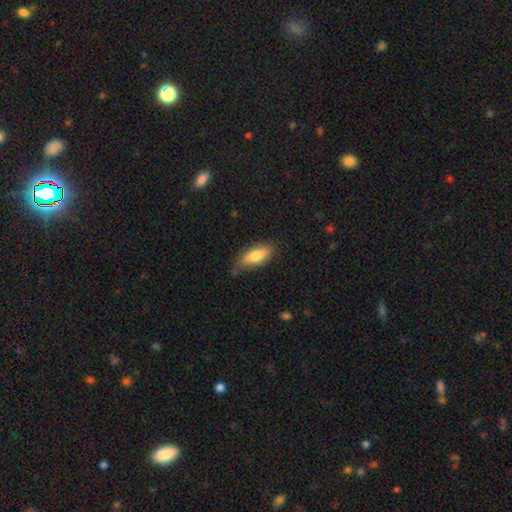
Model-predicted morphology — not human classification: smooth_or_featured: smooth (p=0.77) [alt: featured or disk p=0.17]
how_rounded: in between (p=0.81) [alt: cigar-shaped p=0.17]
merging: none (p=0.75) [alt: minor disturbance p=0.19]